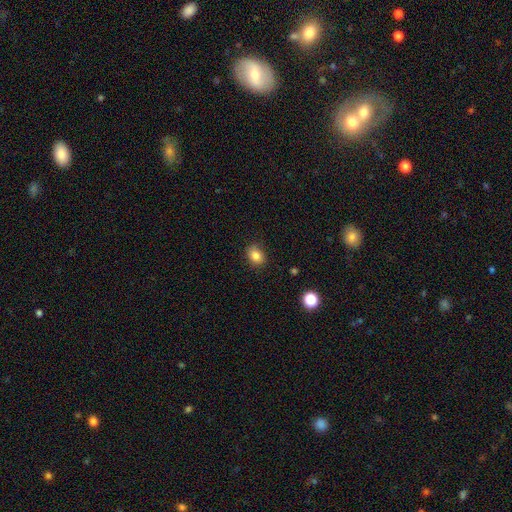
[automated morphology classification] Smooth or featured? smooth (83%)
How rounded? in between (53%)
Merging? none (85%)